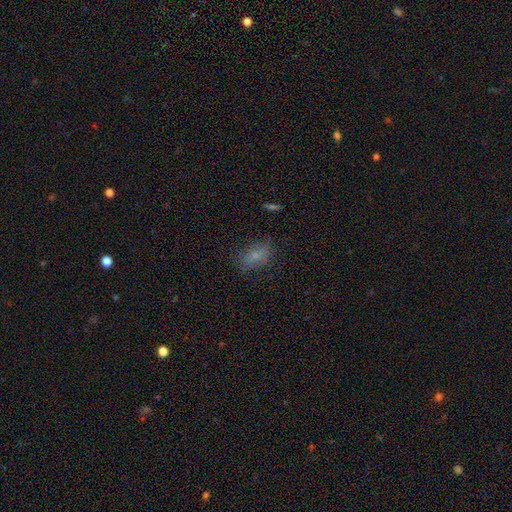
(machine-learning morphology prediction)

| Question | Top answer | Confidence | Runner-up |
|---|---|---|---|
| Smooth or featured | smooth | 71% | featured or disk (17%) |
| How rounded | in between | 84% | round (12%) |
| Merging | none | 73% | minor disturbance (19%) |